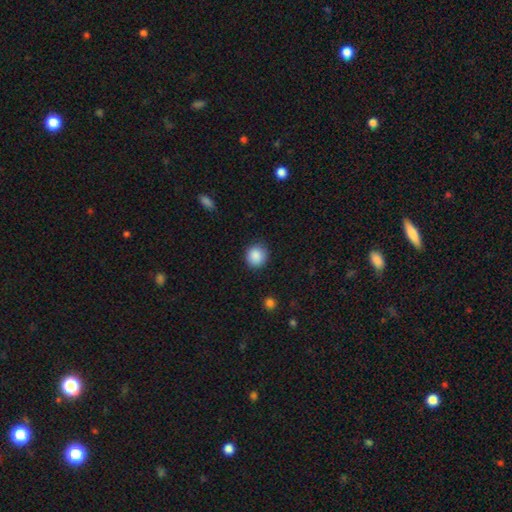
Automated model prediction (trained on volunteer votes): Smooth or featured: smooth — 88% (star or artifact — 8%)
How rounded: round — 87% (in between — 12%)
Merging: none — 88% (minor disturbance — 8%)